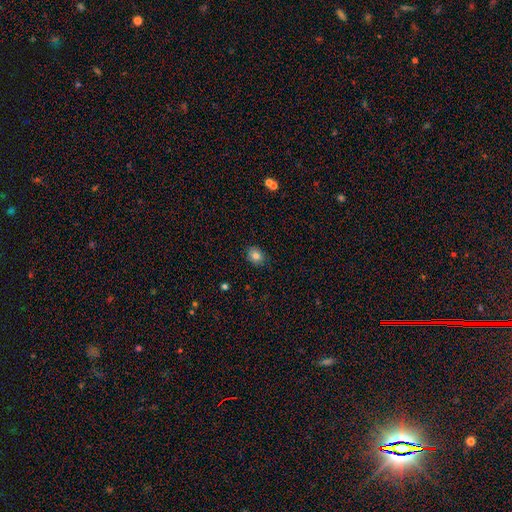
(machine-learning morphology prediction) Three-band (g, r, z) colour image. It shows a smooth galaxy with no disk features (82%) that is round (62%). Merging: none (86%).